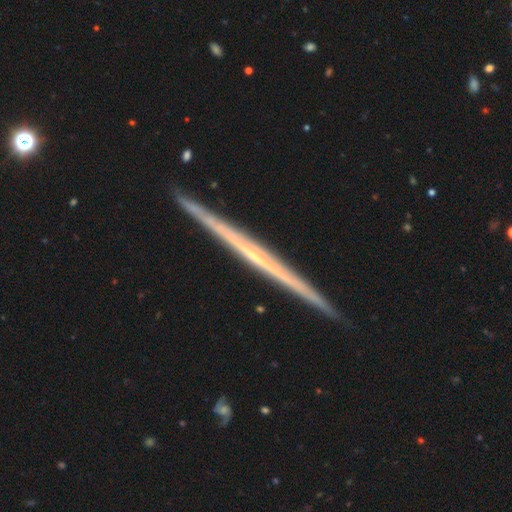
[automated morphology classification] smooth_or_featured: featured or disk (p=0.80) [alt: smooth p=0.14]
disk_edge_on: yes (p=0.98) [alt: no p=0.02]
edge_on_bulge: none (p=0.74) [alt: rounded p=0.21]
merging: none (p=0.92) [alt: minor disturbance p=0.06]